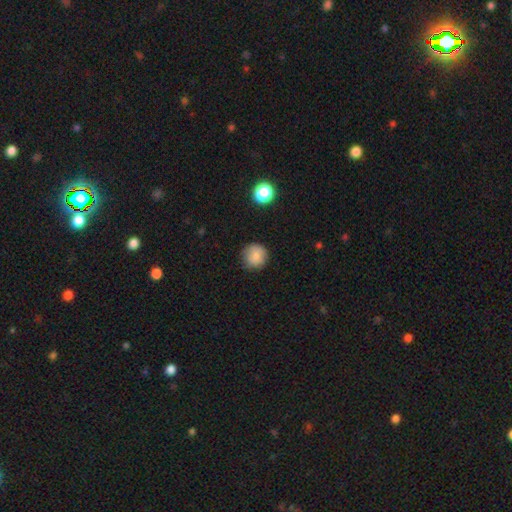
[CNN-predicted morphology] Overall: smooth (85%). How rounded: round (94%). Merging: none (84%).